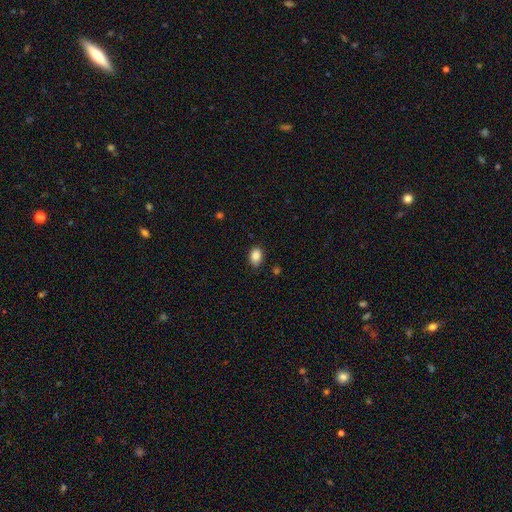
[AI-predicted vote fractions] Overall: smooth (87%). How rounded: in between (76%). Merging: none (83%).